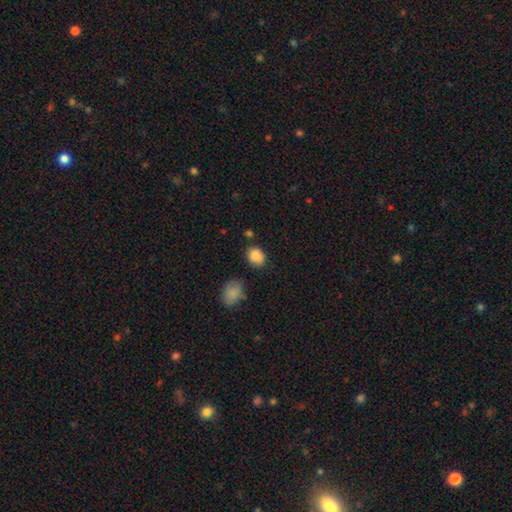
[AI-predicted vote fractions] smooth_or_featured: smooth (p=0.86) [alt: star or artifact p=0.09]
how_rounded: in between (p=0.54) [alt: round p=0.45]
merging: none (p=0.68) [alt: minor disturbance p=0.21]